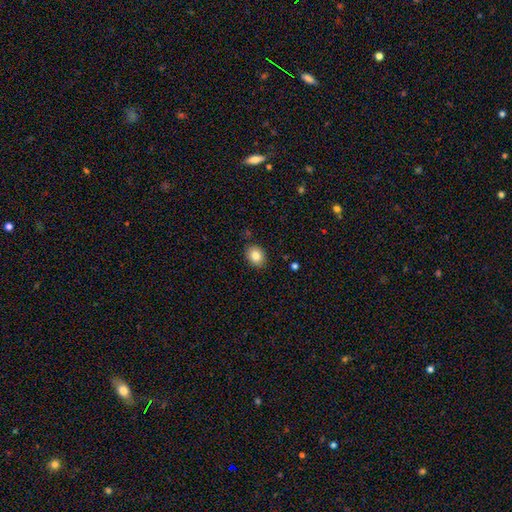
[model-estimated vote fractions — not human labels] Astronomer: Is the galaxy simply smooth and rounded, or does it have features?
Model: smooth — 83%.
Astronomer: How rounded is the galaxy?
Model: in between — 51% (runner-up: round, 48%).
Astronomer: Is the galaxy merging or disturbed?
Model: none — 87%.